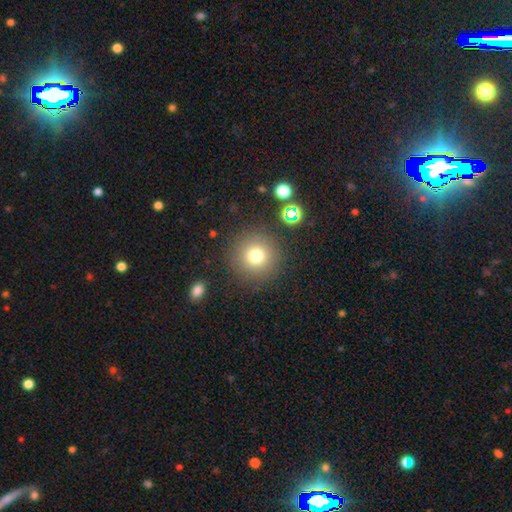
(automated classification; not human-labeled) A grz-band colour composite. It shows a smooth galaxy with no disk features (75%) that is round (95%). Merging: none (87%).